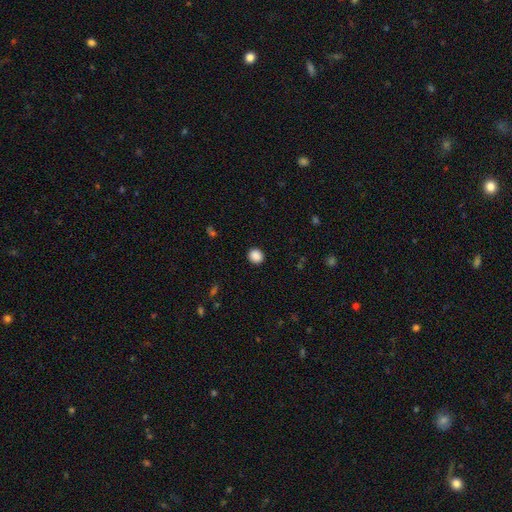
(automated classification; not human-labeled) Smooth or featured? Predicted: smooth (p=0.89). How rounded? Predicted: round (p=0.80). Merging? Predicted: none (p=0.91).